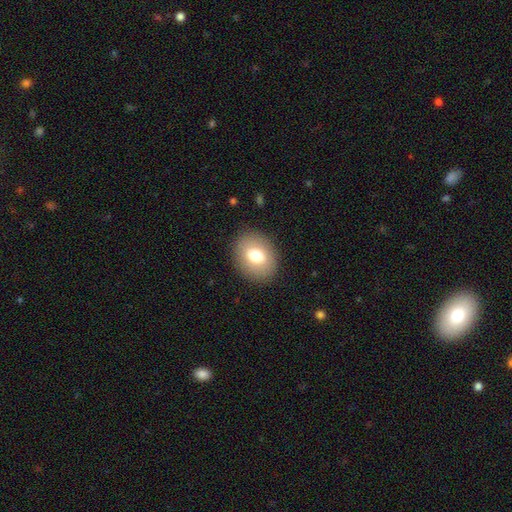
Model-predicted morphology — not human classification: Smooth or featured: smooth — 73% (featured or disk — 18%)
How rounded: in between — 57% (round — 43%)
Merging: none — 88% (minor disturbance — 8%)